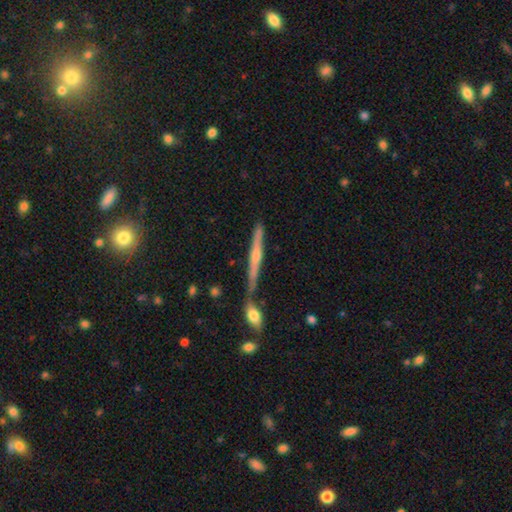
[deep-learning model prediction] Morphology: type=featured or disk (67%); edge-on=yes (96%); edge-on bulge=rounded (66%); merging=none (72%).